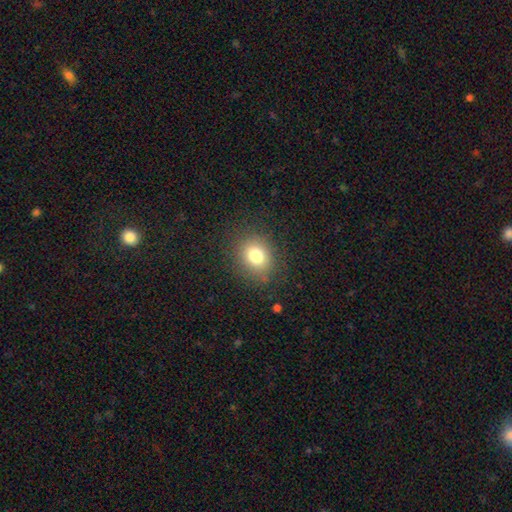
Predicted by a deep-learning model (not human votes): A smooth galaxy with no disk features (78%) that is round (65%).

Vote fractions:
- Smooth or featured? smooth: 78% / star or artifact: 13% / featured or disk: 9%
- How rounded? round: 65% / in between: 34% / cigar-shaped: 1%
- Merging? none: 84% / minor disturbance: 10% / major disturbance: 4% / merger: 1%